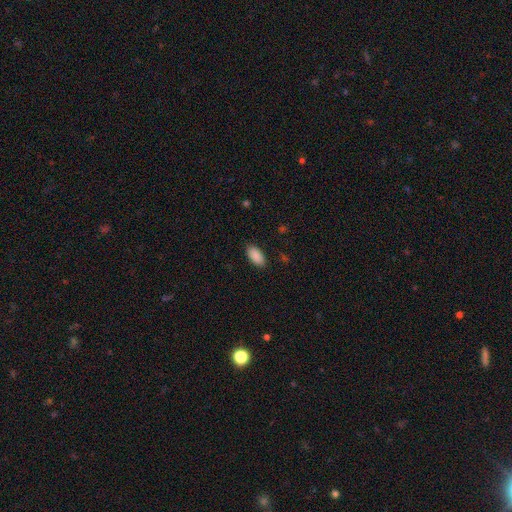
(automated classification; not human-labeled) The model was most divided on "merging": none: 88%, minor disturbance: 9%, major disturbance: 2%, merger: 1%. More confident: how rounded — in between (94%); smooth or featured — smooth (90%).